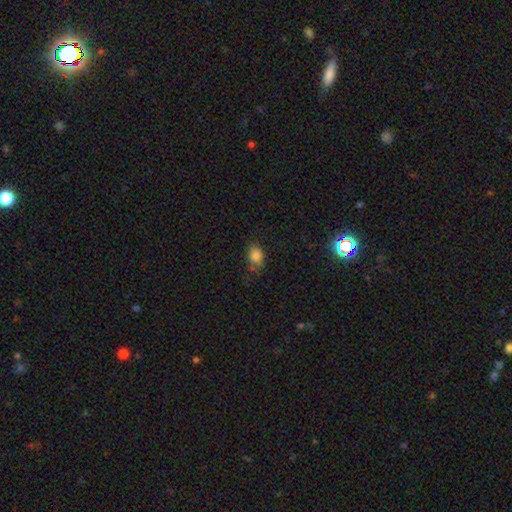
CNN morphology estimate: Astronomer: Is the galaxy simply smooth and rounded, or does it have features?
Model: smooth — 82%.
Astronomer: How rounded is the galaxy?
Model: in between — 72%.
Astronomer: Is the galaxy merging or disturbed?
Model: none — 57%.